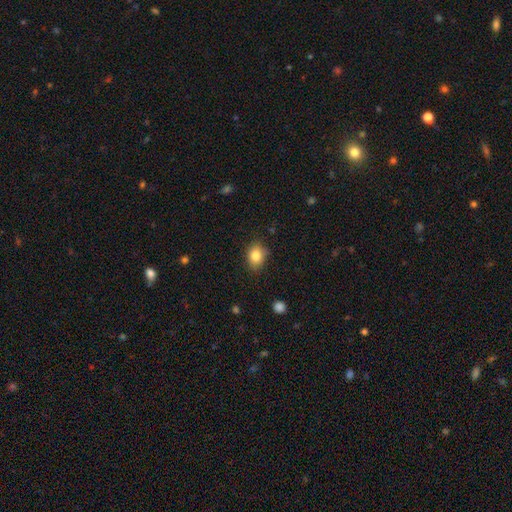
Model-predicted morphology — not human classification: type=smooth (83%); roundness=in between (52%); merging=none (82%).